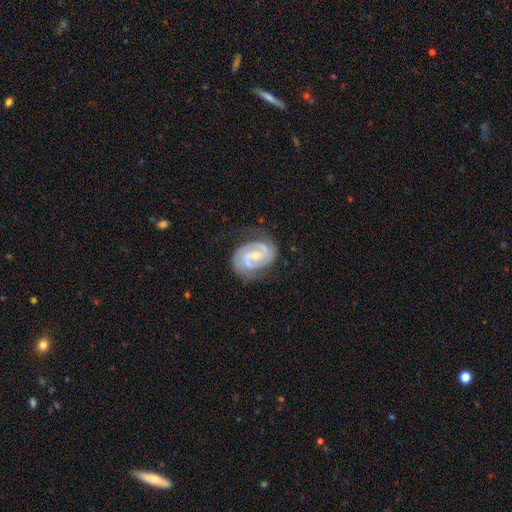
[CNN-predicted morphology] featured or disk 88%, smooth 7%, star or artifact 5%. Down the decision tree: edge-on disk — no (98%); bar — weak (47%); spiral arms — yes (97%); spiral arm count — 2 (84%); spiral winding — tight (48%); bulge size — small (57%); merging — none (70%).